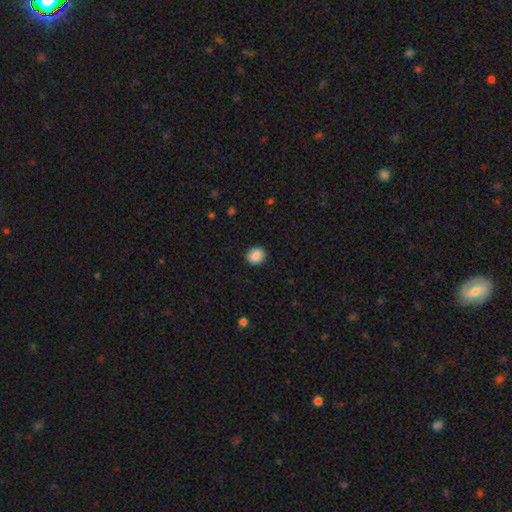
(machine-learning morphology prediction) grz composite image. It shows a smooth galaxy with no disk features (88%) that is round (83%). Merging: none (91%).